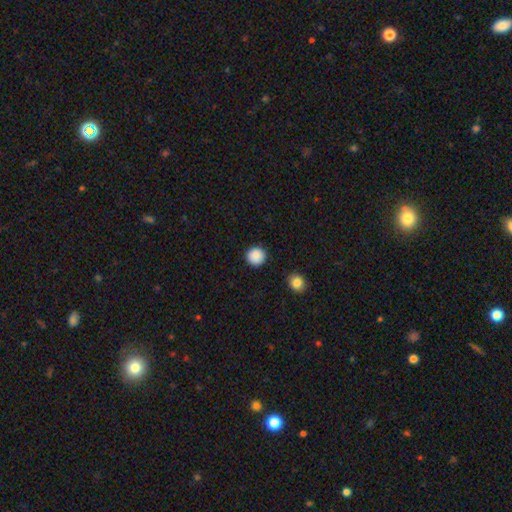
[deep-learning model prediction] Smooth or featured? smooth (89%)
How rounded? round (95%)
Merging? none (91%)